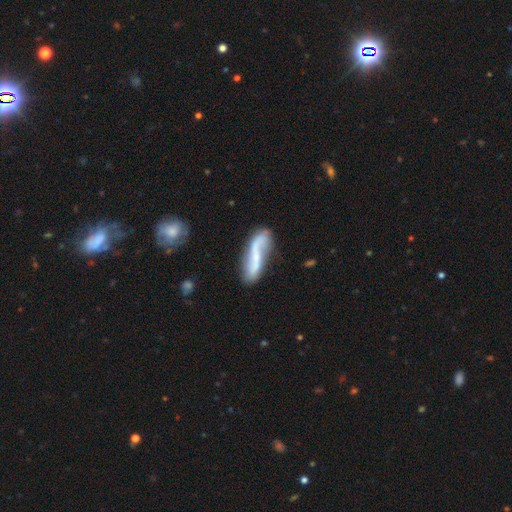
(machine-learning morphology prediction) smooth-or-featured: featured or disk: 59% | smooth: 34% | star or artifact: 7%
  disk-edge-on: no: 86% | yes: 14%
    bar: no: 38% | weak: 32% | strong: 30%
    has-spiral-arms: yes: 83% | no: 17%
    bulge-size: small: 41% | none: 38% | moderate: 16% | large: 3% | dominant: 2%
  merging: none: 58% | minor disturbance: 24% | major disturbance: 11% | merger: 7%